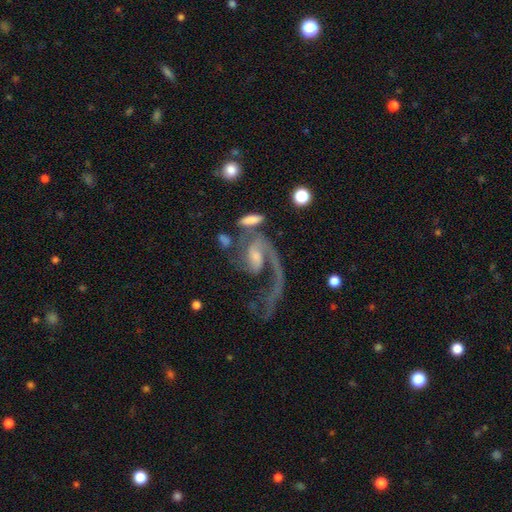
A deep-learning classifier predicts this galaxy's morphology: Smooth or featured? featured or disk (85%)
Edge-on disk? no (96%)
Bar? no (42%)
Spiral arms? yes (93%)
Spiral winding? loose (54%)
Spiral arm count? 1 (64%)
Bulge size? small (45%)
Merging? major disturbance (43%)